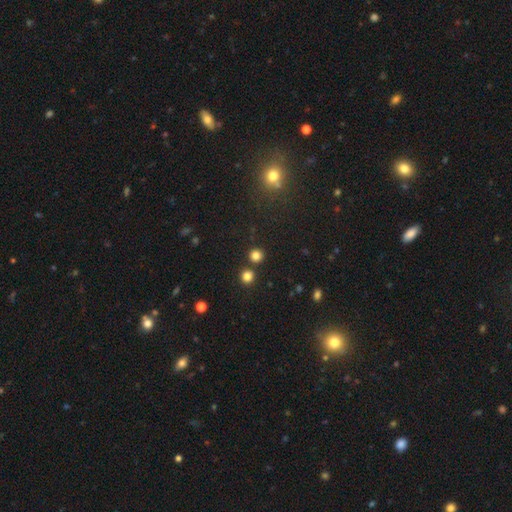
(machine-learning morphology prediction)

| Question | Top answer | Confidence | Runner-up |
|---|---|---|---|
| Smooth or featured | smooth | 79% | star or artifact (16%) |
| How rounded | round | 92% | in between (7%) |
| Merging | none | 81% | merger (11%) |